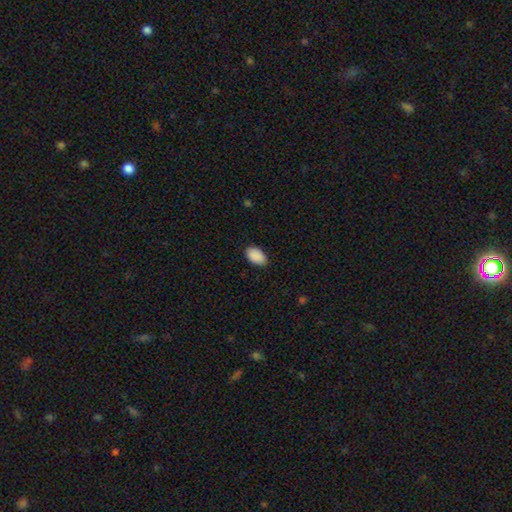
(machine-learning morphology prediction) Smooth or featured? Predicted: smooth (p=0.90). How rounded? Predicted: in between (p=0.93). Merging? Predicted: none (p=0.84).